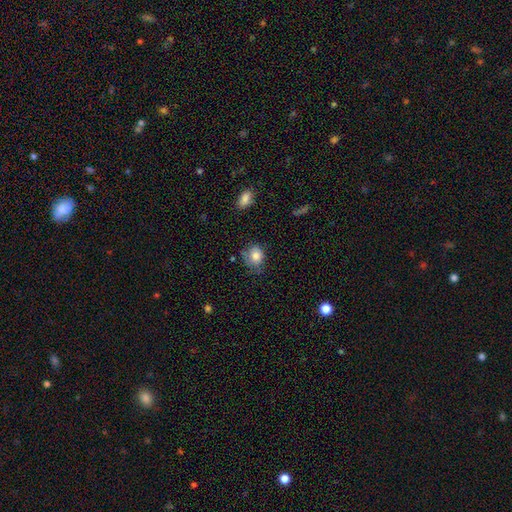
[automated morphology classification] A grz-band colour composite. It shows a smooth galaxy with no disk features (79%) that is round (66%). Merging: none (57%).